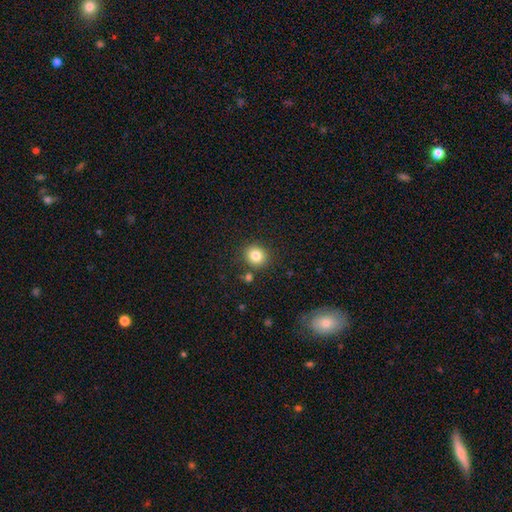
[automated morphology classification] This is clearly a smooth galaxy (82%). How rounded: clearly round (84%). Merging: clearly none (85%).